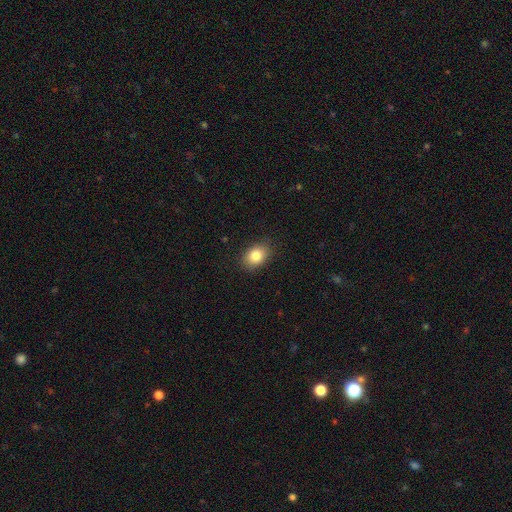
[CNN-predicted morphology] Q: Smooth or featured?
A: smooth (83%); runner-up: star or artifact (9%)
Q: How rounded?
A: in between (74%); runner-up: round (25%)
Q: Merging?
A: none (87%); runner-up: minor disturbance (10%)